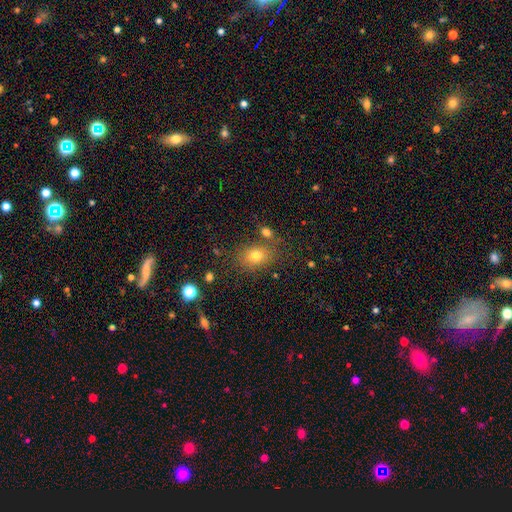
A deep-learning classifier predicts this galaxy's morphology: Overall: smooth (75%). How rounded: in between (64%; round 35%). Merging: none (74%).